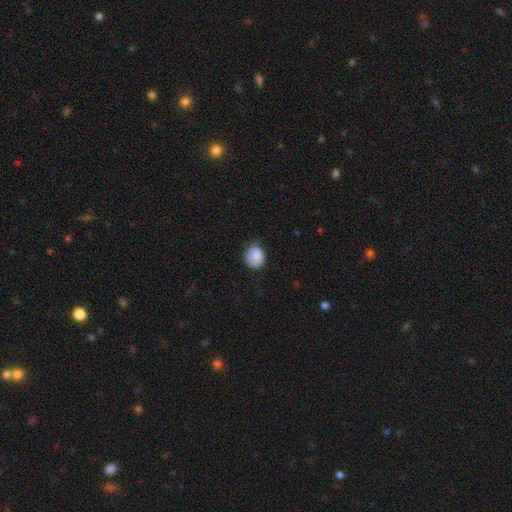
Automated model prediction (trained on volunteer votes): smooth-or-featured: smooth: 84% | featured or disk: 8% | star or artifact: 8%
  how-rounded: round: 76% | in between: 23% | cigar-shaped: 1%
  merging: none: 63% | minor disturbance: 27% | major disturbance: 9% | merger: 1%